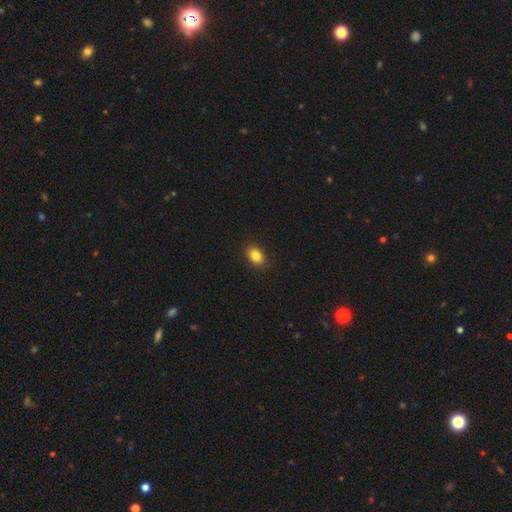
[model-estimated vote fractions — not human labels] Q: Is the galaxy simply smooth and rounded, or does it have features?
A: smooth — 85%.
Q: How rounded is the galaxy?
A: in between — 73%.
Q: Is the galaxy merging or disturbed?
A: none — 89%.